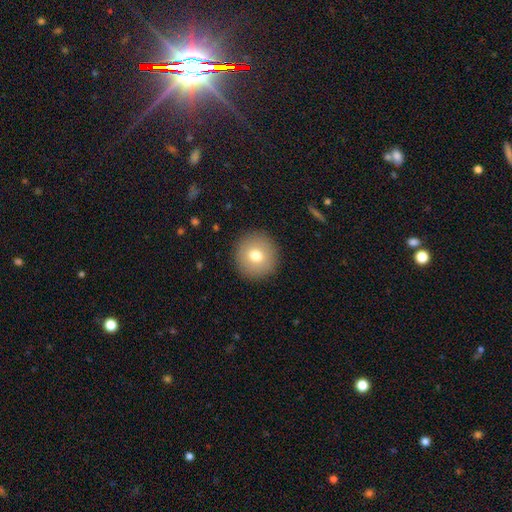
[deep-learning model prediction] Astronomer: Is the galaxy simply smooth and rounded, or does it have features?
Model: smooth — 75%.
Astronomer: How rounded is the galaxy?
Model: round — 94%.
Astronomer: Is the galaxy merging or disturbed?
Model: none — 91%.